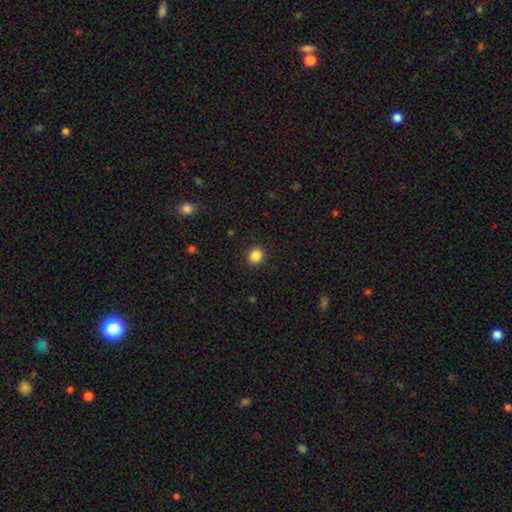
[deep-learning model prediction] A smooth galaxy with no disk features (86%) that is round (70%). Merging: none (91%).